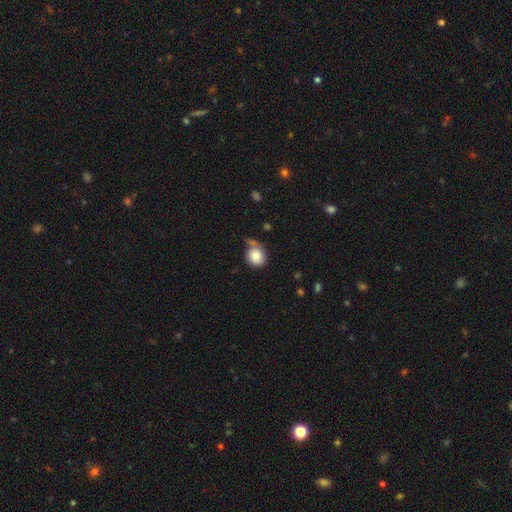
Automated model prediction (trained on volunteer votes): Smooth or featured? Predicted: smooth (p=0.80). How rounded? Predicted: round (p=0.77). Merging? Predicted: none (p=0.51).